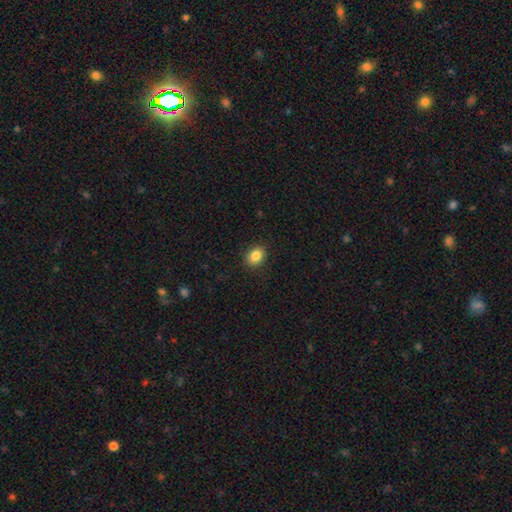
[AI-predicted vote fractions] Overall: smooth (85%). How rounded: in between (54%; round 45%). Merging: none (89%).